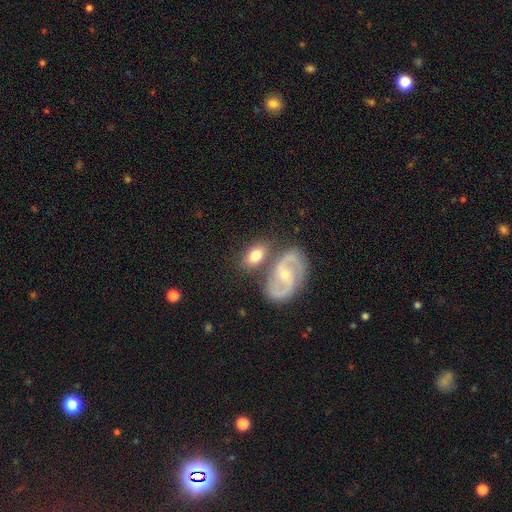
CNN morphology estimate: smooth 49%, featured or disk 45%, star or artifact 6%. Down the decision tree: merging — none (65%).